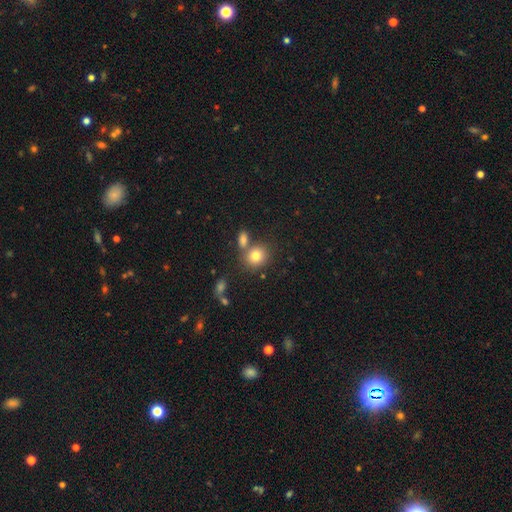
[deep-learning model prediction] smooth-or-featured: smooth: 79% | star or artifact: 11% | featured or disk: 10%
  how-rounded: round: 72% | in between: 27% | cigar-shaped: 1%
  merging: none: 61% | merger: 24% | minor disturbance: 10% | major disturbance: 4%